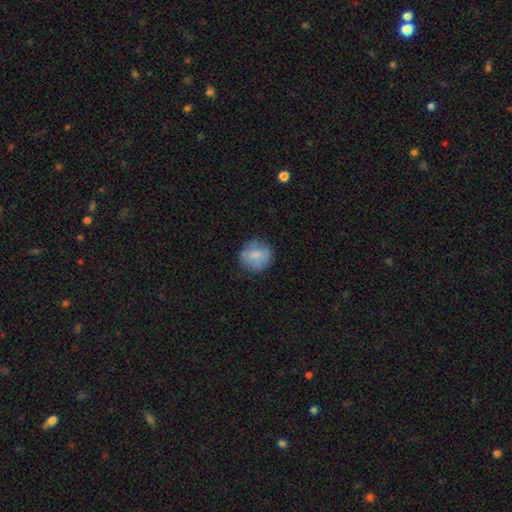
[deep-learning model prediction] Overall: smooth (76%). How rounded: round (85%). Merging: none (77%).